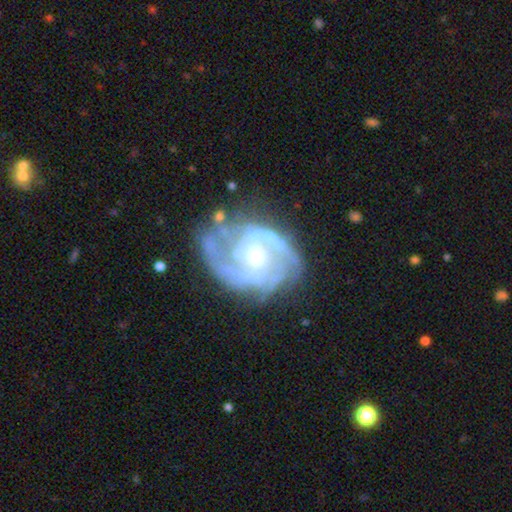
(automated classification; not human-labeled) Morphology: type=featured or disk (88%); edge-on=no (98%); bar=weak (48%); spiral arms=yes (94%); winding=medium (45%); arm count=2 (42%); bulge=moderate (52%); merging=none (60%).